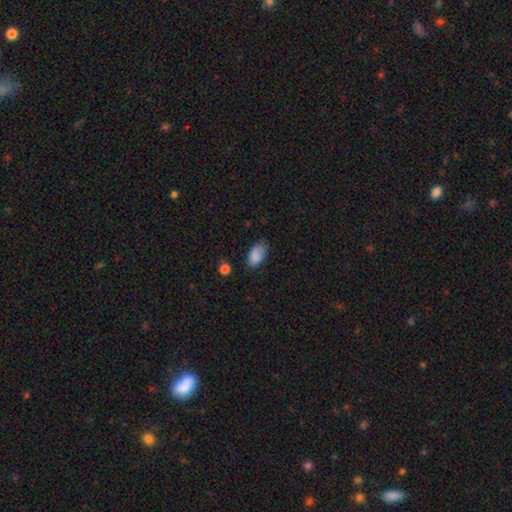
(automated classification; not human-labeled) Smooth or featured?
  - smooth: 85% *
  - star or artifact: 8%
  - featured or disk: 7%
How rounded?
  - in between: 93% *
  - round: 5%
  - cigar-shaped: 2%
Merging?
  - none: 64% *
  - minor disturbance: 28%
  - major disturbance: 6%
  - merger: 2%